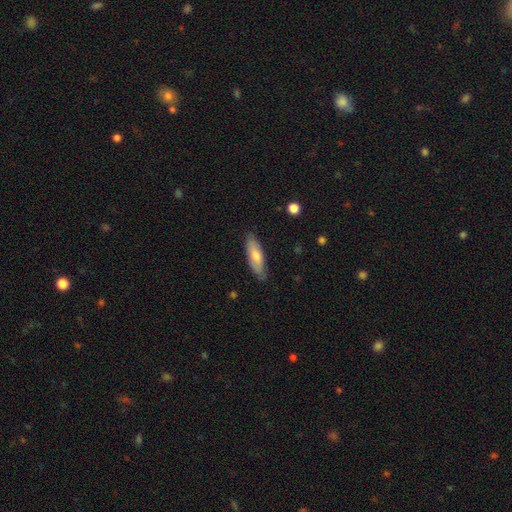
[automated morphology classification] smooth 64%, featured or disk 29%, star or artifact 7%. Down the decision tree: how rounded — in between (50%); merging — none (86%).